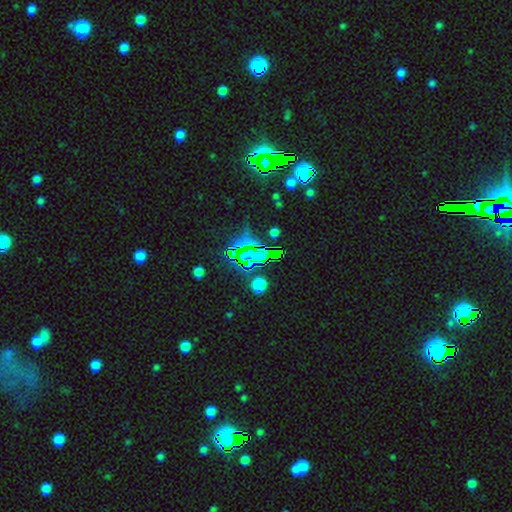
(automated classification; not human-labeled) Smooth or featured? Predicted: star or artifact (p=0.69).